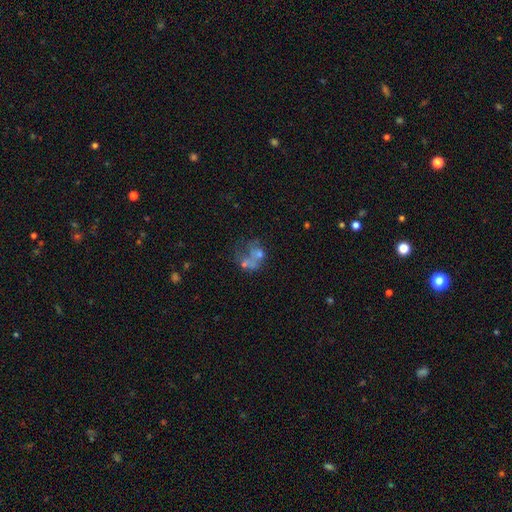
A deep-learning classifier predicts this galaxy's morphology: This appears to be a featured or disk galaxy (42%, tied with smooth). Merging: merger (38%).